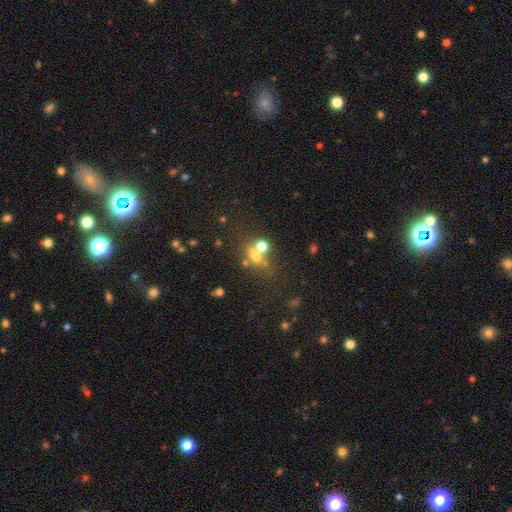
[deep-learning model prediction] Q: Smooth or featured?
A: smooth (49%); runner-up: star or artifact (31%)
Q: Merging?
A: none (44%); runner-up: merger (39%)